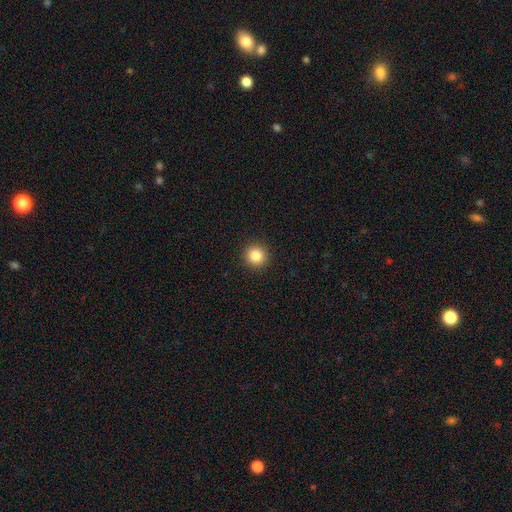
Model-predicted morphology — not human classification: This appears to be a smooth galaxy with no disk features (85%) that is round (94%). Merging: none (93%).